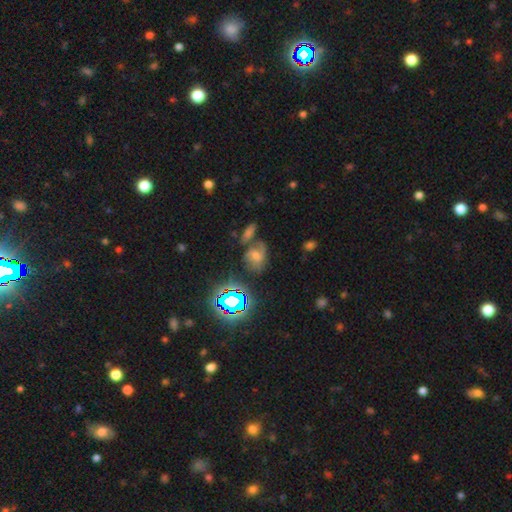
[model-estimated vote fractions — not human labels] This appears to be a star or artifact, not a galaxy (38%).